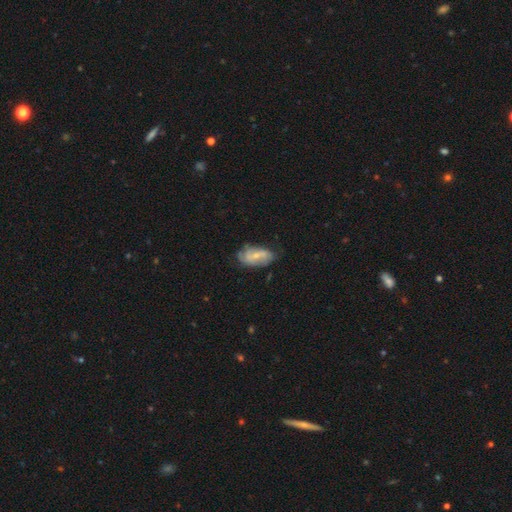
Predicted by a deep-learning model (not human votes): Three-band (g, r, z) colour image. It shows a featured or disk galaxy (55%) with no bar (44%), spiral arms (77%) and a small central bulge (60%). Merging: none (59%).